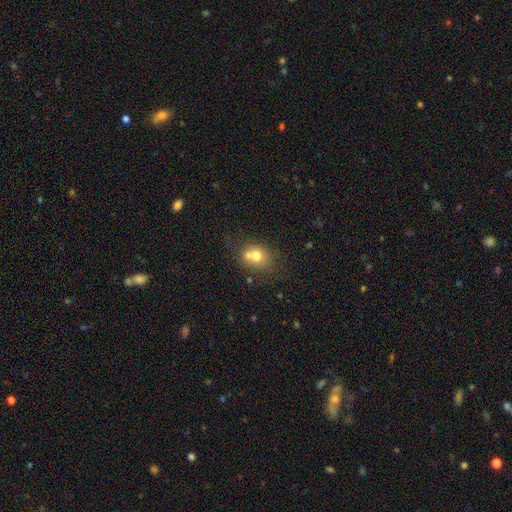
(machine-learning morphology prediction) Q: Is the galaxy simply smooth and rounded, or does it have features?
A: smooth — 71%.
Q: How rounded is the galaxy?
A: round — 64%.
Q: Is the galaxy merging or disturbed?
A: none — 47%.